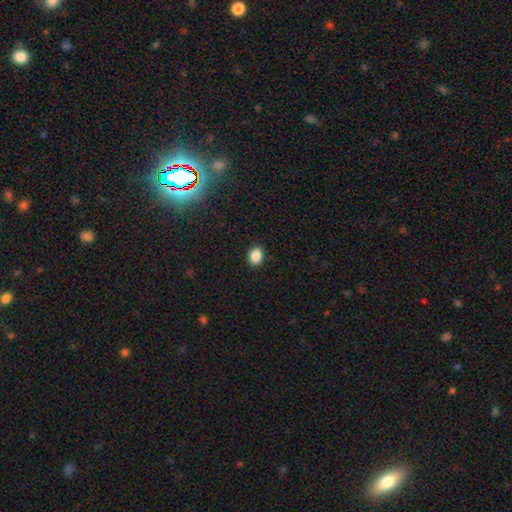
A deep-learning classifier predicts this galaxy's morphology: A smooth galaxy with no disk features (88%) that is in between round and cigar-shaped (58%). Merging: none (90%).